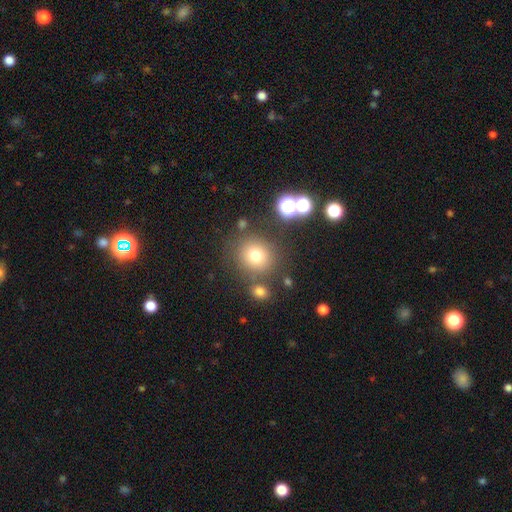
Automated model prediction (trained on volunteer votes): Smooth or featured? Predicted: smooth (p=0.74). How rounded? Predicted: round (p=0.87). Merging? Predicted: none (p=0.77).